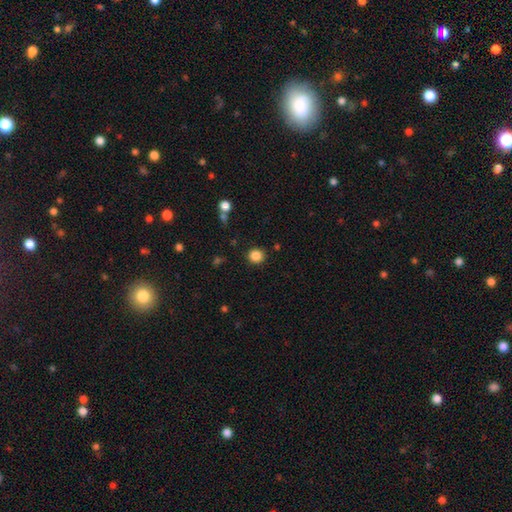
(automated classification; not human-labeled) Smooth or featured?
  - smooth: 86% *
  - star or artifact: 11%
  - featured or disk: 4%
How rounded?
  - round: 90% *
  - in between: 9%
  - cigar-shaped: 1%
Merging?
  - none: 90% *
  - minor disturbance: 6%
  - major disturbance: 2%
  - merger: 2%